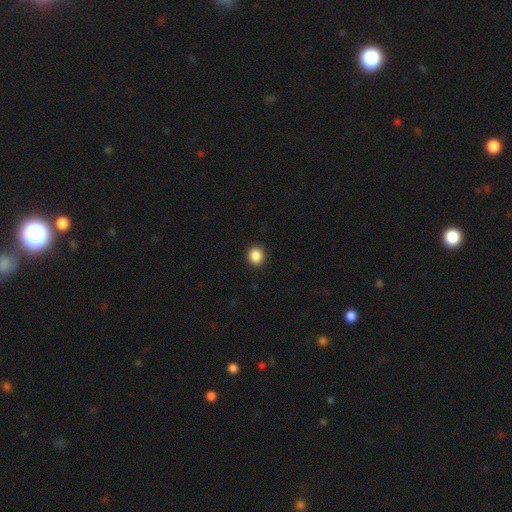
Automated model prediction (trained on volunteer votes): Smooth or featured? smooth (88%)
How rounded? round (80%)
Merging? none (91%)